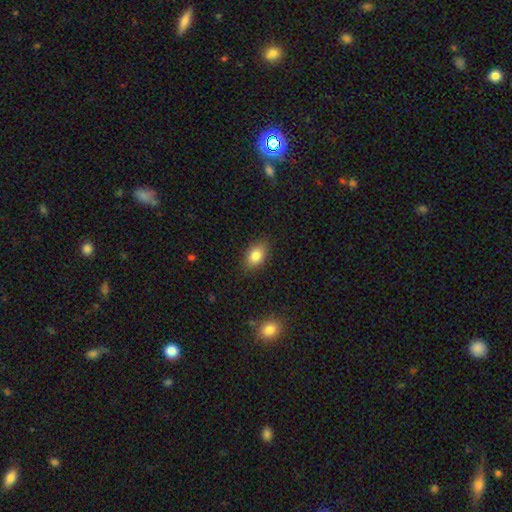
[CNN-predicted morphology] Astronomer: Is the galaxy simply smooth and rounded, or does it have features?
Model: smooth — 84%.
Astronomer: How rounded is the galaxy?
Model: in between — 85%.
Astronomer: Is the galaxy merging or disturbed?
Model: none — 85%.